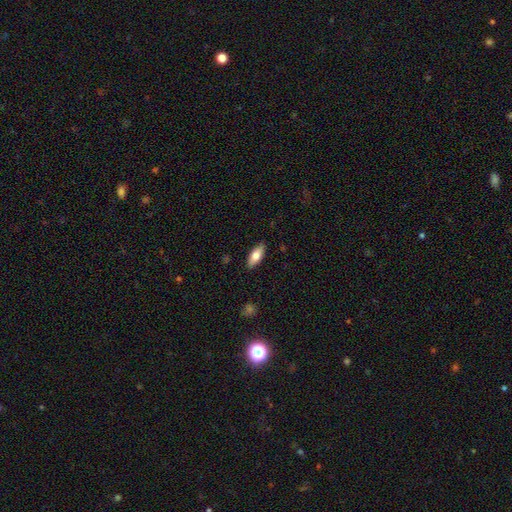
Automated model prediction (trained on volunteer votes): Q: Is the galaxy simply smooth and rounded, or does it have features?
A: smooth — 75%.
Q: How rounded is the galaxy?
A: in between — 77%.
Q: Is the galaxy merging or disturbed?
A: none — 88%.